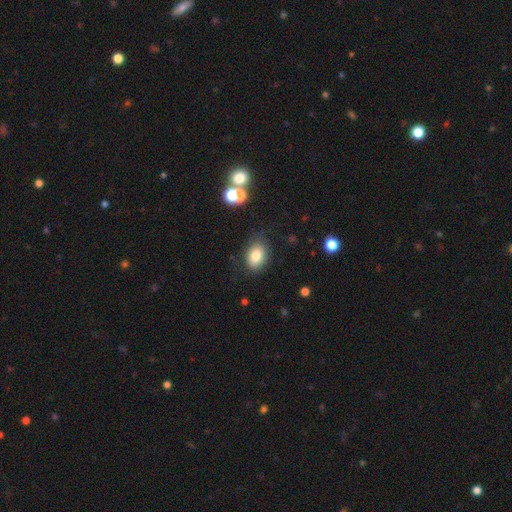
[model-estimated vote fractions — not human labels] smooth-or-featured: smooth: 78% | featured or disk: 11% | star or artifact: 10%
  how-rounded: in between: 80% | round: 18% | cigar-shaped: 1%
  merging: none: 79% | minor disturbance: 14% | major disturbance: 4% | merger: 3%